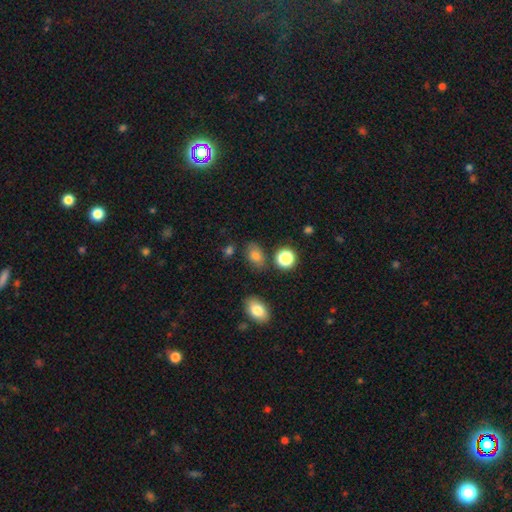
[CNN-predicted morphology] This is likely a smooth galaxy (77%). How rounded: clearly in between (81%). Merging: likely none (77%).